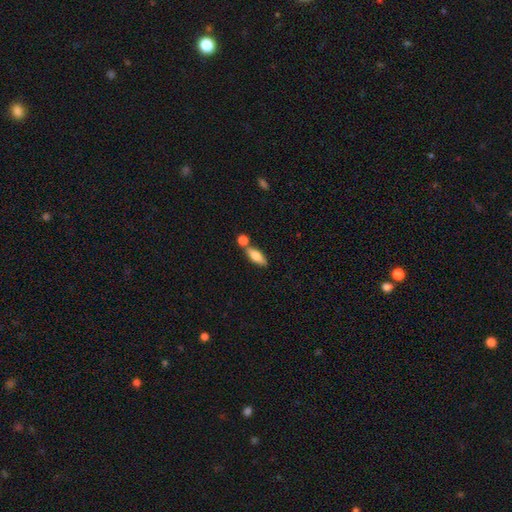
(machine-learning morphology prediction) smooth-or-featured: smooth: 74% | featured or disk: 20% | star or artifact: 6%
  how-rounded: in between: 65% | cigar-shaped: 31% | round: 4%
  merging: none: 59% | merger: 27% | minor disturbance: 11% | major disturbance: 3%